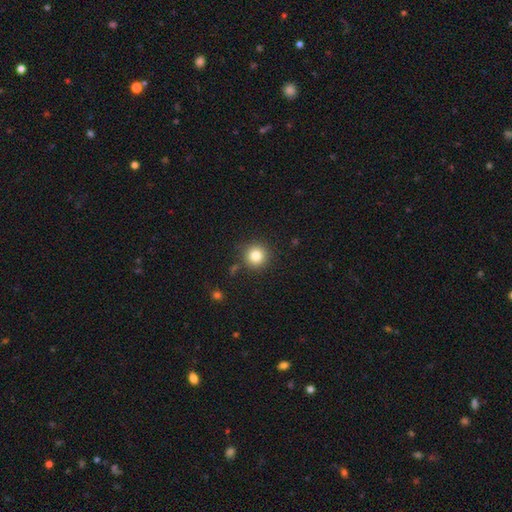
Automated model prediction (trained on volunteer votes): Smooth or featured: smooth — 82% (star or artifact — 12%)
How rounded: round — 94% (in between — 5%)
Merging: none — 87% (minor disturbance — 7%)